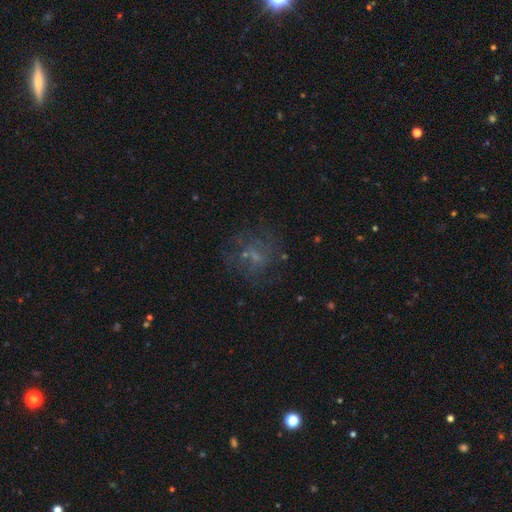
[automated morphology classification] smooth_or_featured: featured or disk (p=0.44) [alt: smooth p=0.33]
merging: none (p=0.60) [alt: major disturbance p=0.20]